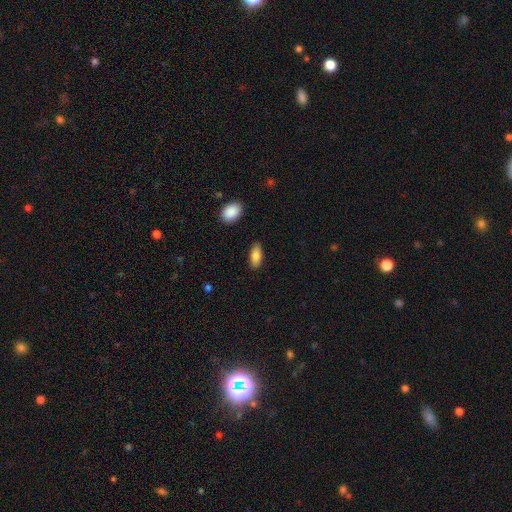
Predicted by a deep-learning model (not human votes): This is clearly a smooth galaxy (83%). How rounded: clearly in between (85%). Merging: clearly none (87%).